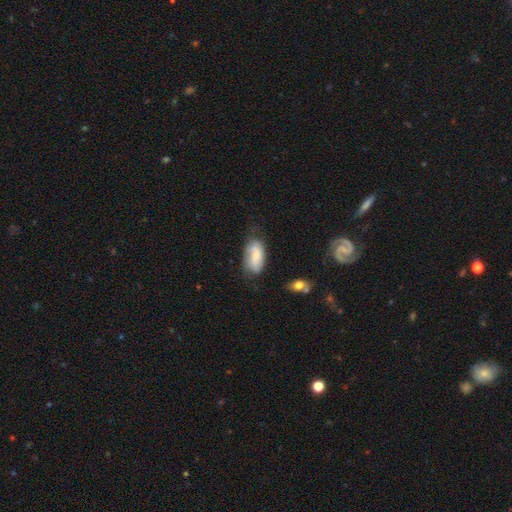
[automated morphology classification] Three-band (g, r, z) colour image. It shows a smooth galaxy with no disk features (60%) that is in between round and cigar-shaped (91%). Merging: none (57%).